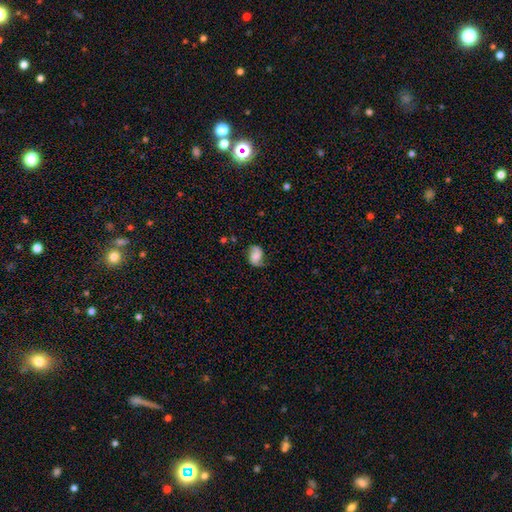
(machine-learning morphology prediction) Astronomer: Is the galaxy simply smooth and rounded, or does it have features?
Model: featured or disk — 48% (runner-up: smooth, 43%).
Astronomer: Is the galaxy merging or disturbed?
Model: none — 67%.